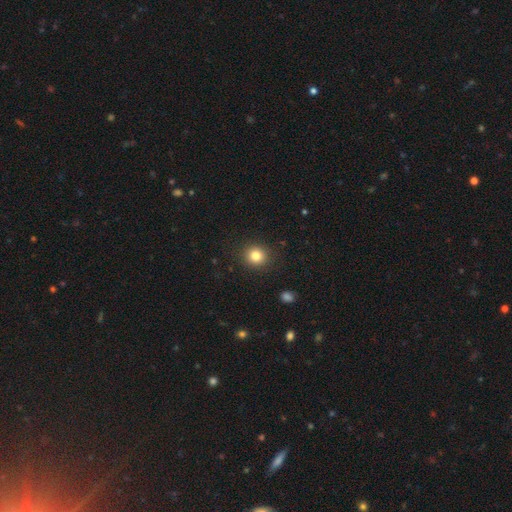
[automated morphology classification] Smooth or featured?
  - smooth: 82% *
  - star or artifact: 12%
  - featured or disk: 6%
How rounded?
  - round: 88% *
  - in between: 11%
  - cigar-shaped: 1%
Merging?
  - none: 89% *
  - minor disturbance: 7%
  - major disturbance: 3%
  - merger: 1%